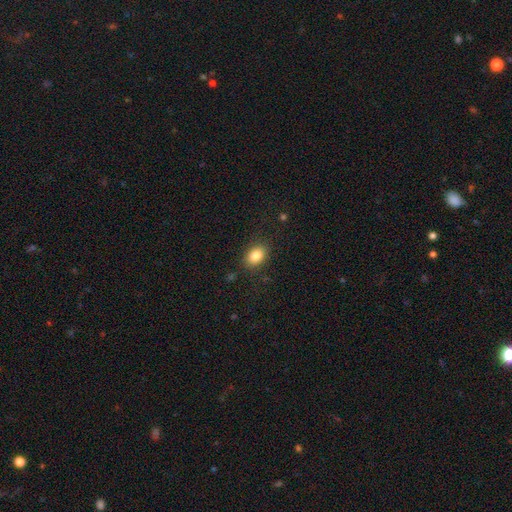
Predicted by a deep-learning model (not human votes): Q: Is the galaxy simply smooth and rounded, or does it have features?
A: smooth — 84%.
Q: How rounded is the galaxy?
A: in between — 78%.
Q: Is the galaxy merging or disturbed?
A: none — 84%.